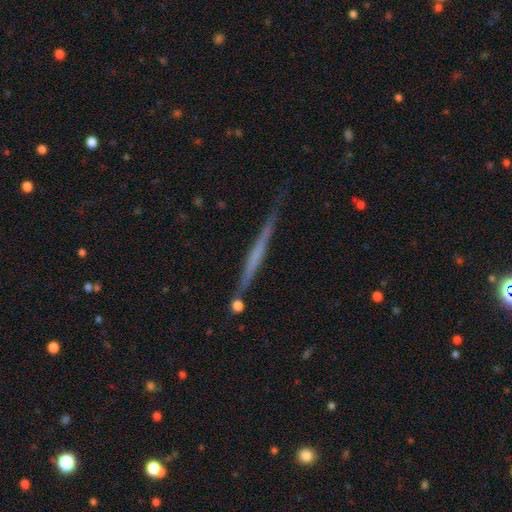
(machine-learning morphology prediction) This is likely a featured or disk galaxy (62%). It is clearly viewed edge-on (97%). Edge-on bulge: likely none (79%). Merging: clearly none (83%).